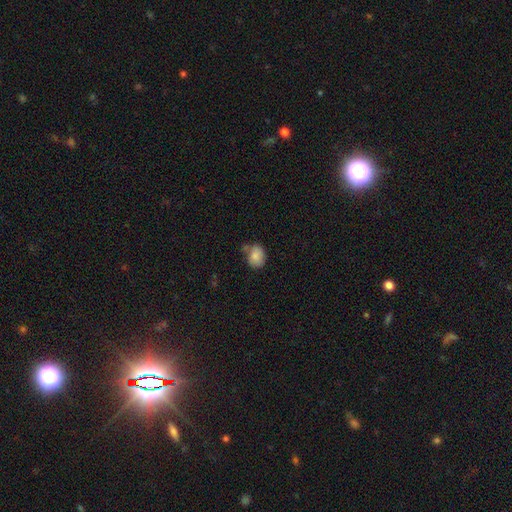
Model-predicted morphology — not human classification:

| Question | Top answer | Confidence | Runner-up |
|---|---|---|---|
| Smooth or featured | smooth | 82% | featured or disk (10%) |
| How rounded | in between | 54% | round (45%) |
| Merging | none | 52% | minor disturbance (26%) |